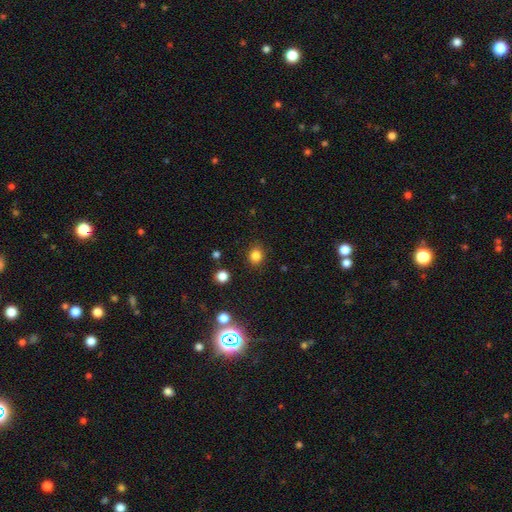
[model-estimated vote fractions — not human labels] Overall: smooth (82%). How rounded: round (77%). Merging: none (87%).